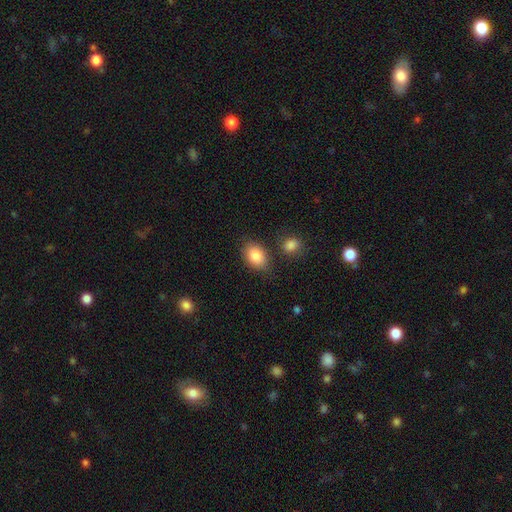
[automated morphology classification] A smooth galaxy with no disk features (86%) that is in between round and cigar-shaped (79%). Merging: none (75%).